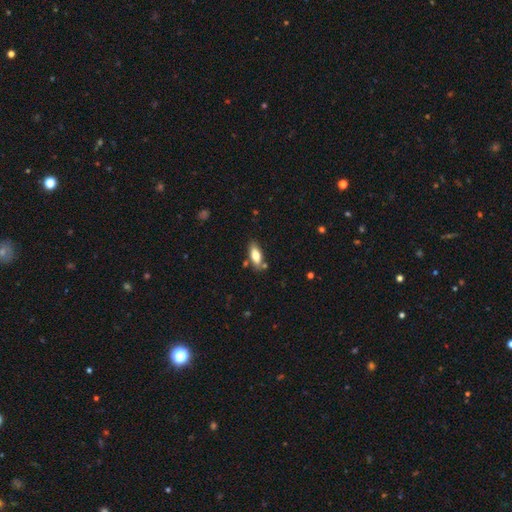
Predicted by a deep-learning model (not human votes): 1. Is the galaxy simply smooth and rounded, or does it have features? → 73% smooth, 20% featured or disk, 7% star or artifact.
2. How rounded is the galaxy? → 81% in between, 17% cigar-shaped, 2% round.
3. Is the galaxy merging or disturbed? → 75% none, 15% minor disturbance, 7% merger, 3% major disturbance.